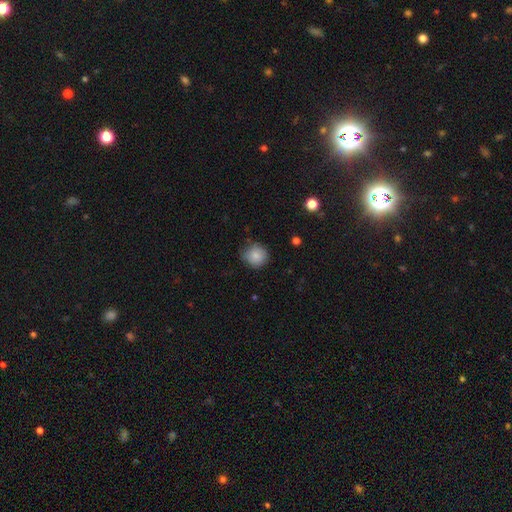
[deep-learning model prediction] Smooth or featured? smooth (81%)
How rounded? round (87%)
Merging? none (71%)